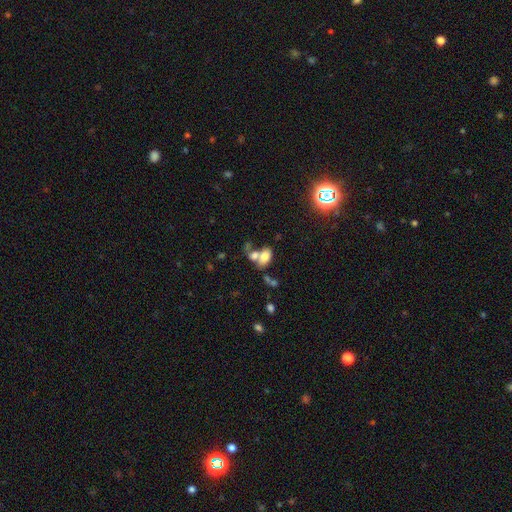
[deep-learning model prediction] This is likely a smooth galaxy (71%). How rounded: clearly in between (86%). Merging: possibly merger (55%).